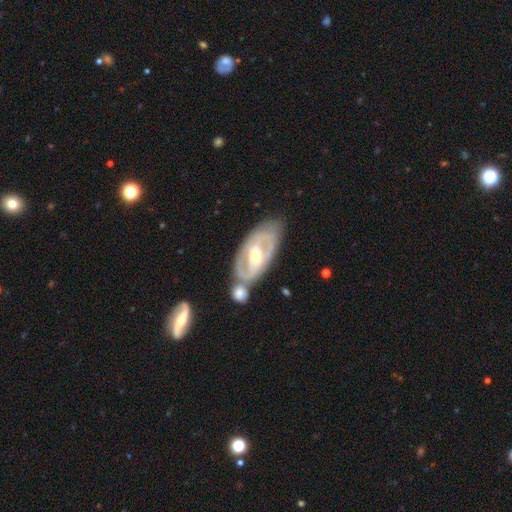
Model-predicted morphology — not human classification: smooth_or_featured: featured or disk (p=0.80) [alt: smooth p=0.14]
disk_edge_on: no (p=0.91) [alt: yes p=0.09]
bar: weak (p=0.39) [alt: strong p=0.35]
has_spiral_arms: yes (p=0.76) [alt: no p=0.24]
spiral_winding: tight (p=0.54) [alt: medium p=0.34]
spiral_arm_count: 2 (p=0.63) [alt: can't tell p=0.26]
bulge_size: moderate (p=0.61) [alt: small p=0.34]
merging: none (p=0.62) [alt: minor disturbance p=0.16]